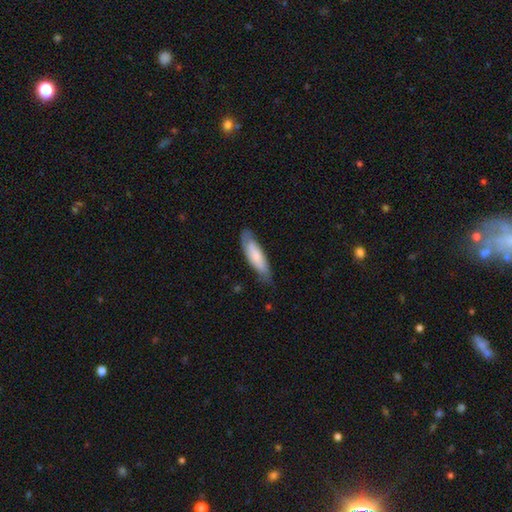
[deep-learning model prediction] A smooth galaxy with no disk features (65%) that is cigar-shaped (58%). Merging: none (74%).